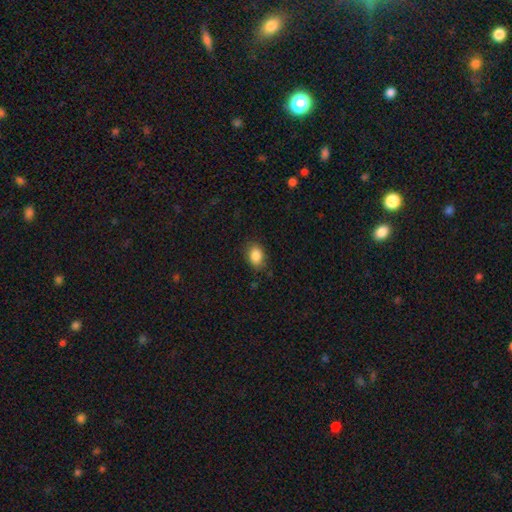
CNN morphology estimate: A smooth galaxy with no disk features (87%) that is in between round and cigar-shaped (73%).

Vote fractions:
- Smooth or featured? smooth: 87% / star or artifact: 9% / featured or disk: 4%
- How rounded? in between: 73% / round: 25% / cigar-shaped: 1%
- Merging? none: 81% / minor disturbance: 14% / major disturbance: 3% / merger: 1%